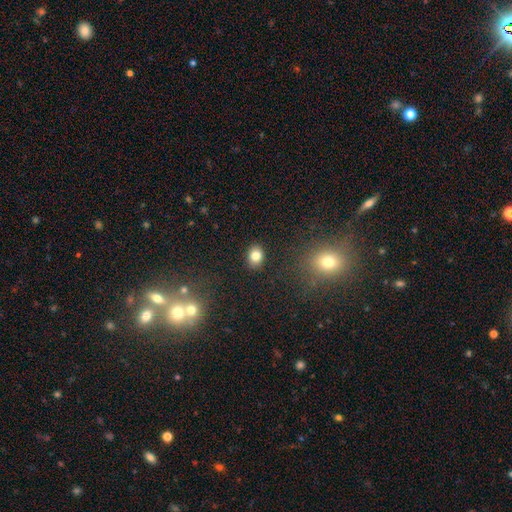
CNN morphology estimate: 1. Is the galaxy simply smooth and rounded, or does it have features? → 82% smooth, 11% star or artifact, 7% featured or disk.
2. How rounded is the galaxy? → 55% in between, 44% round, 1% cigar-shaped.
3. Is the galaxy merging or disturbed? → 87% none, 8% minor disturbance, 2% major disturbance, 2% merger.